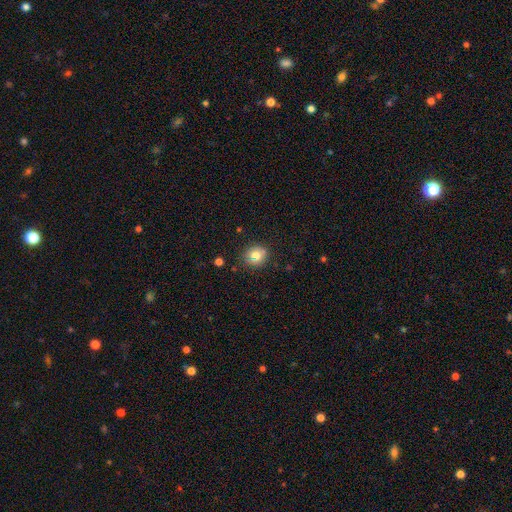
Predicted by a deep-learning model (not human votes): Smooth or featured: smooth — 73% (featured or disk — 15%)
How rounded: round — 74% (in between — 25%)
Merging: none — 82% (minor disturbance — 12%)